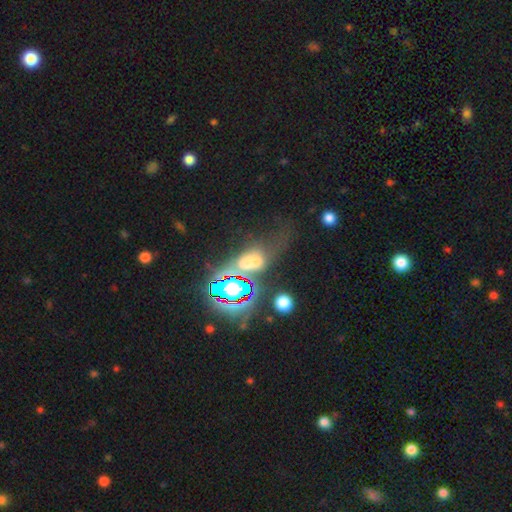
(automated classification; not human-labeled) A star or artifact, not a galaxy (43%).

Vote fractions:
- Smooth or featured? star or artifact: 43% / smooth: 35% / featured or disk: 23%